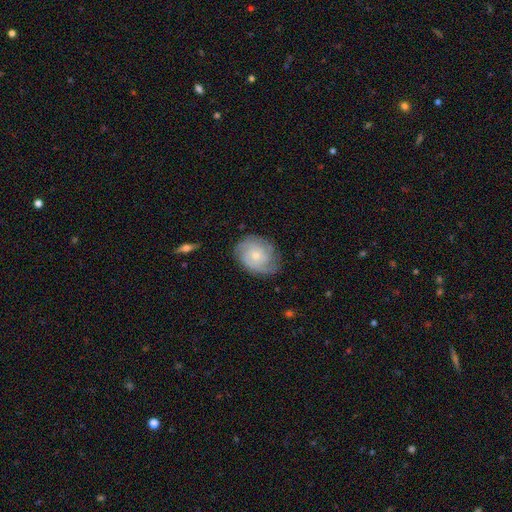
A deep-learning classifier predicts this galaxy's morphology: This is likely a featured or disk galaxy (77%). It is clearly not viewed edge-on (97%). Bar: likely no (76%). Spiral arm pattern: clearly yes (95%). Spiral arm count: marginally 3 (31%). Spiral winding: likely tight (62%). Central bulge: likely small (64%). Merging: likely none (75%).